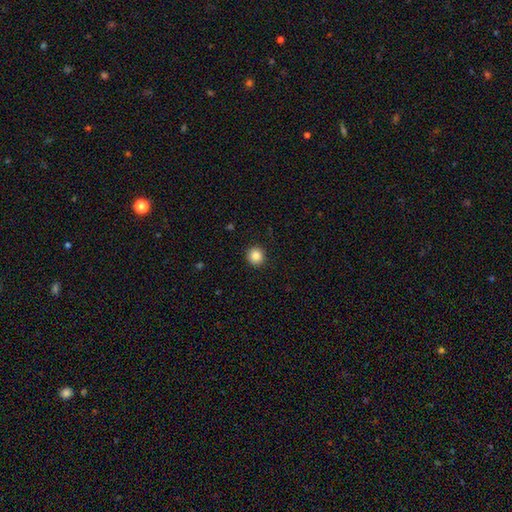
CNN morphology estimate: The model was most divided on "smooth or featured": smooth: 86%, star or artifact: 10%, featured or disk: 4%. More confident: how rounded — round (93%); merging — none (92%).